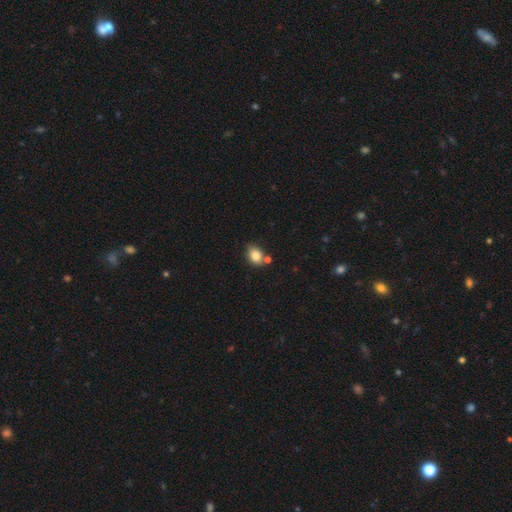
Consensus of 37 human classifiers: A smooth galaxy with no disk features (86%) that is round (53%). Merging: none (49%).